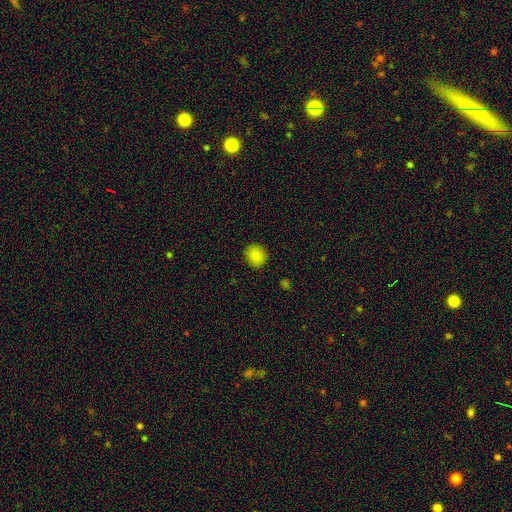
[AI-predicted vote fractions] Overall: smooth (87%). How rounded: round (79%). Merging: none (90%).